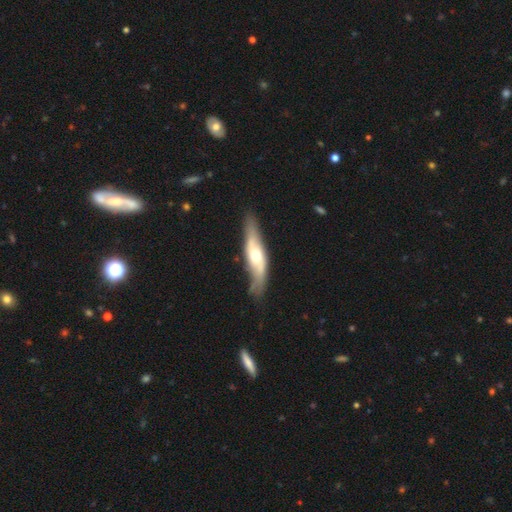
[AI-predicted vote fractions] A featured or disk galaxy (61%) viewed edge-on (53%).

Vote fractions:
- Smooth or featured? featured or disk: 61% / smooth: 34% / star or artifact: 5%
- Edge-on disk? yes: 53% / no: 47%
- Merging? none: 71% / minor disturbance: 21% / major disturbance: 6% / merger: 2%